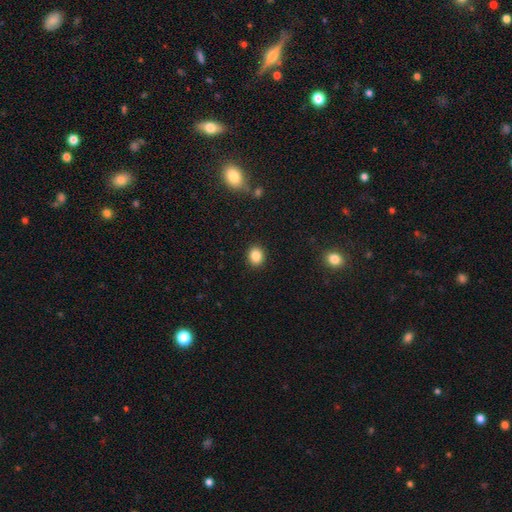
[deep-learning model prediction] Q: Smooth or featured?
A: smooth (86%); runner-up: star or artifact (10%)
Q: How rounded?
A: round (61%); runner-up: in between (38%)
Q: Merging?
A: none (91%); runner-up: minor disturbance (6%)